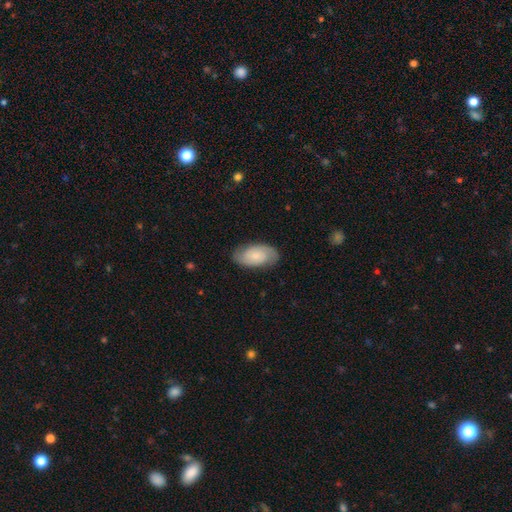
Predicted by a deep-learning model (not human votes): Q: Smooth or featured?
A: smooth (48%); runner-up: featured or disk (45%)
Q: Merging?
A: none (80%); runner-up: minor disturbance (15%)